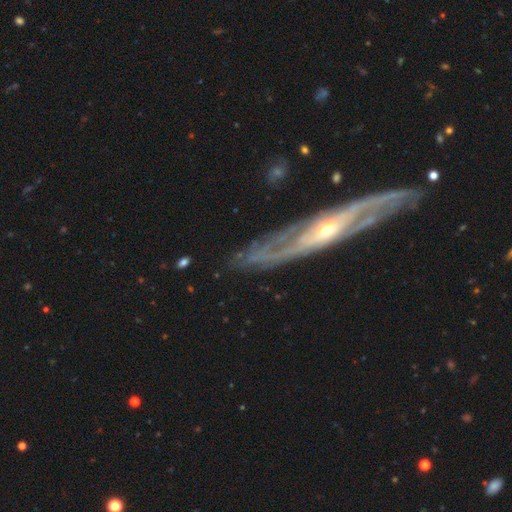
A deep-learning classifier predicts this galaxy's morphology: Smooth or featured? featured or disk (77%)
Edge-on disk? no (68%)
Bar? no (64%)
Spiral arms? yes (72%)
Bulge size? small (47%)
Merging? none (70%)